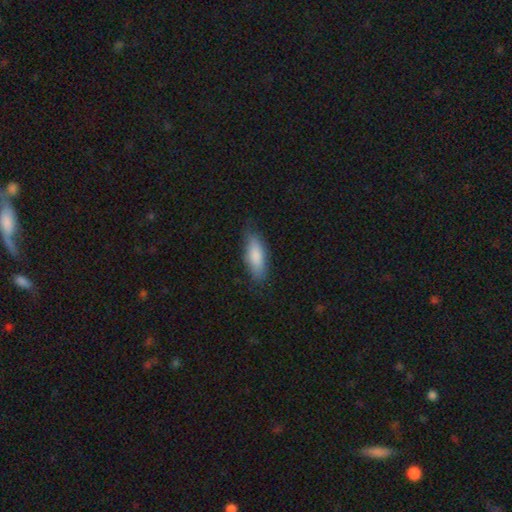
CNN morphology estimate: smooth-or-featured: smooth: 84% | featured or disk: 10% | star or artifact: 6%
  how-rounded: in between: 64% | cigar-shaped: 35% | round: 2%
  merging: none: 77% | minor disturbance: 18% | major disturbance: 4% | merger: 1%